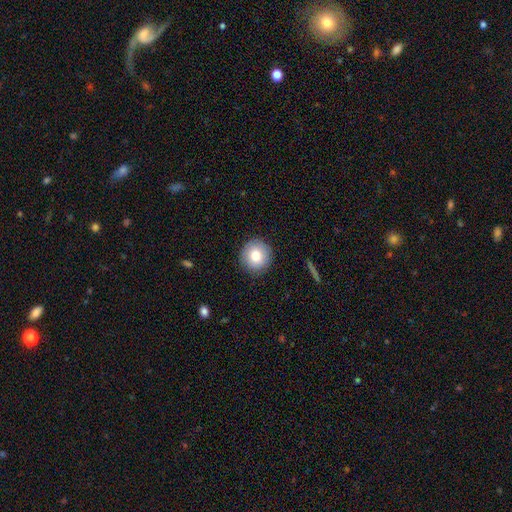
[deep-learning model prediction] smooth 80%, featured or disk 11%, star or artifact 9%. Down the decision tree: how rounded — round (92%); merging — none (89%).